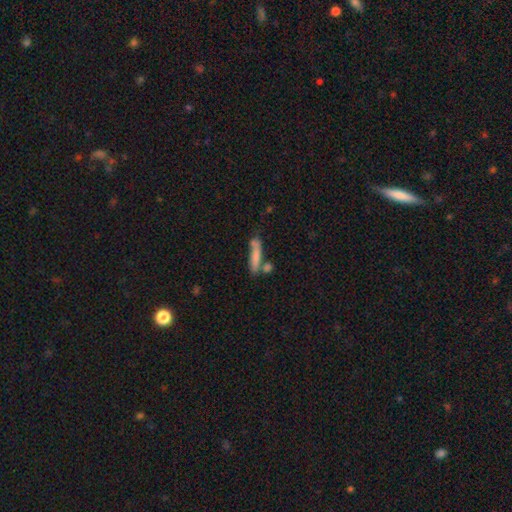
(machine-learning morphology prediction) Smooth or featured? Predicted: smooth (p=0.73). How rounded? Predicted: cigar-shaped (p=0.82). Merging? Predicted: none (p=0.54).